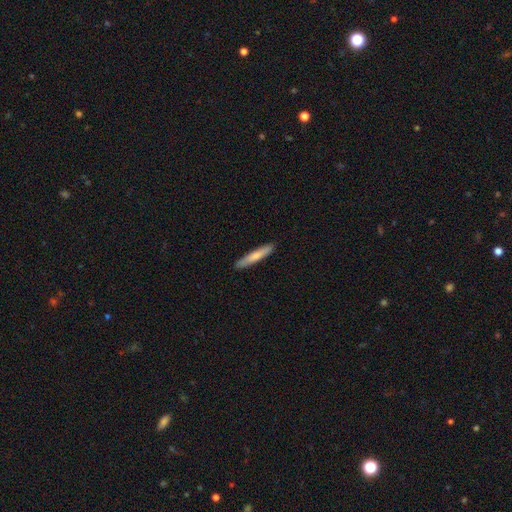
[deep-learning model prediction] Smooth or featured? smooth (72%)
How rounded? cigar-shaped (92%)
Merging? none (89%)